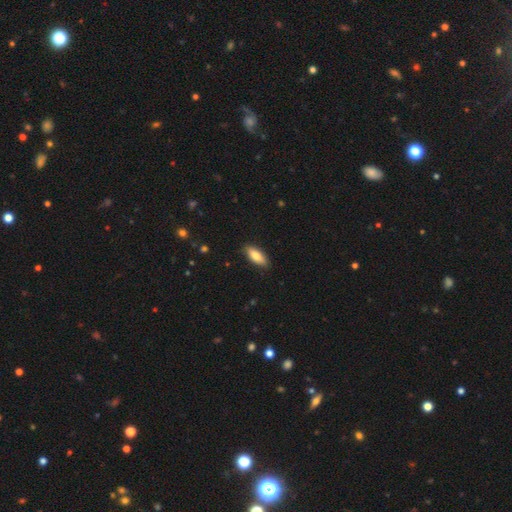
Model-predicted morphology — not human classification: Smooth or featured: smooth — 83% (featured or disk — 11%)
How rounded: in between — 80% (cigar-shaped — 18%)
Merging: none — 86% (minor disturbance — 11%)